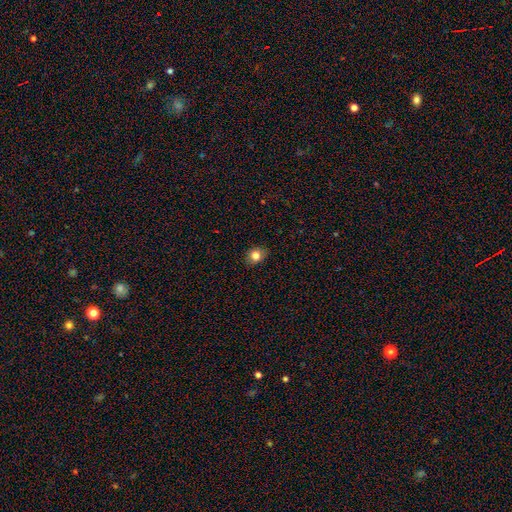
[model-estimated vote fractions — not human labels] Q: Smooth or featured?
A: smooth (81%); runner-up: star or artifact (11%)
Q: How rounded?
A: in between (51%); runner-up: round (48%)
Q: Merging?
A: none (85%); runner-up: minor disturbance (12%)